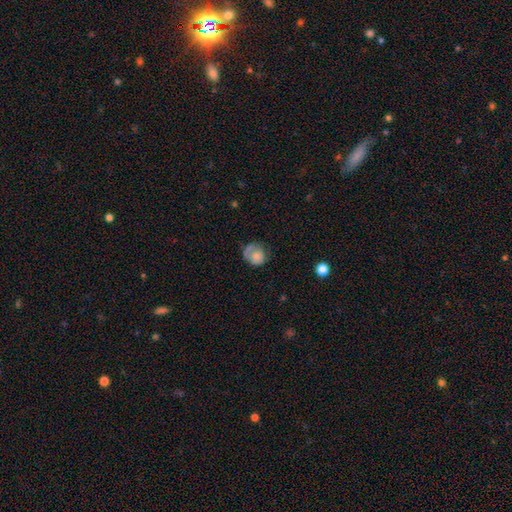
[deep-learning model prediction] Q: Smooth or featured?
A: smooth (67%); runner-up: featured or disk (25%)
Q: How rounded?
A: round (76%); runner-up: in between (23%)
Q: Merging?
A: none (46%); runner-up: minor disturbance (27%)